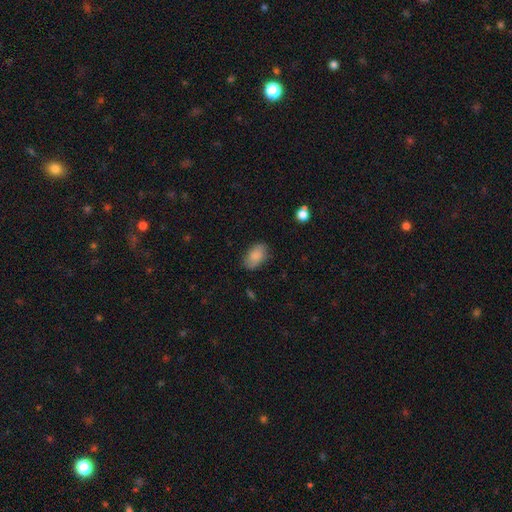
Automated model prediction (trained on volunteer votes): Smooth or featured? Predicted: smooth (p=0.85). How rounded? Predicted: in between (p=0.91). Merging? Predicted: none (p=0.79).